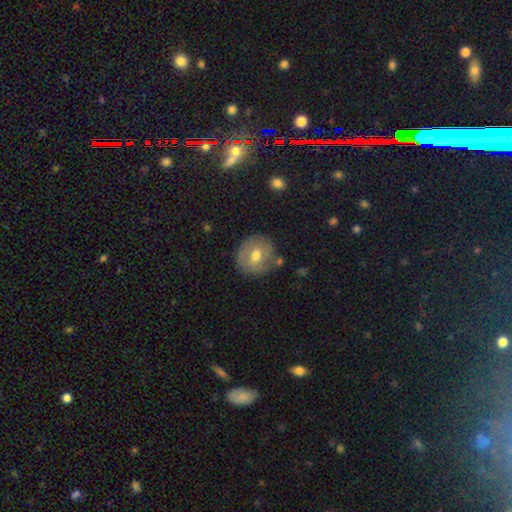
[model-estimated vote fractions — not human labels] smooth 60%, featured or disk 31%, star or artifact 9%. Down the decision tree: how rounded — round (88%); merging — none (77%).